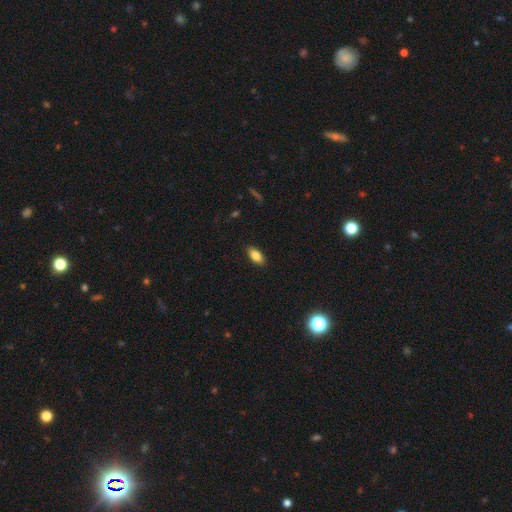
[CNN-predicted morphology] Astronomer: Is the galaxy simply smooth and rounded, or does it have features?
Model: smooth — 83%.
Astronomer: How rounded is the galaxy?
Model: in between — 90%.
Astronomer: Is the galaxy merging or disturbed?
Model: none — 89%.